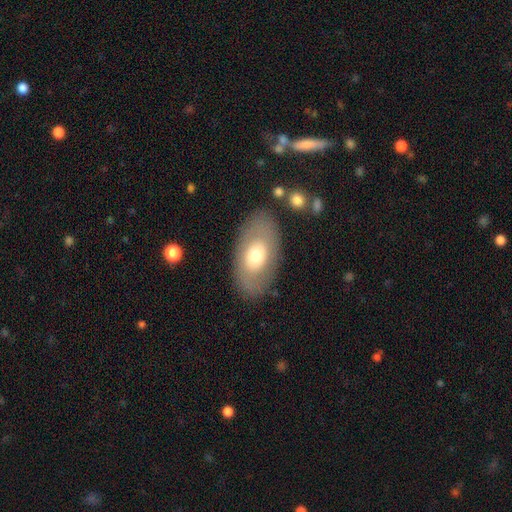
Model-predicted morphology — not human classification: A smooth galaxy with no disk features (56%) that is in between round and cigar-shaped (91%). Merging: none (82%).